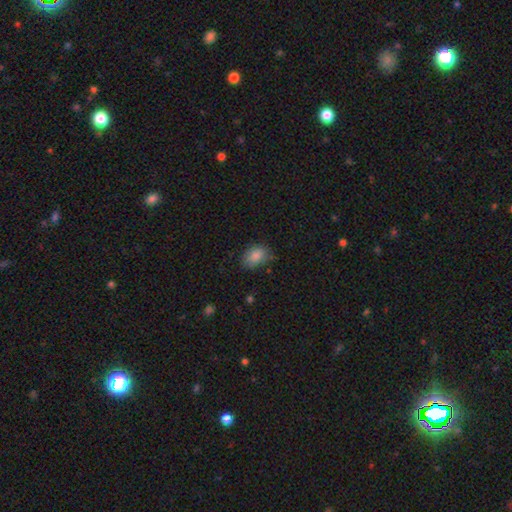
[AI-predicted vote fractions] Q: Smooth or featured?
A: smooth (86%); runner-up: star or artifact (8%)
Q: How rounded?
A: in between (83%); runner-up: round (16%)
Q: Merging?
A: none (73%); runner-up: minor disturbance (21%)